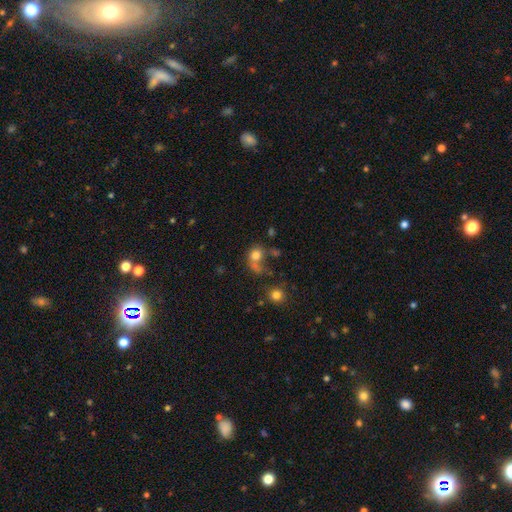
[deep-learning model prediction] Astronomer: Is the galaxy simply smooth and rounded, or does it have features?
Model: smooth — 73%.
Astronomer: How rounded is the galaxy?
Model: round — 65%.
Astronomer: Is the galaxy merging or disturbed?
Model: none — 33% (runner-up: merger, 28%).